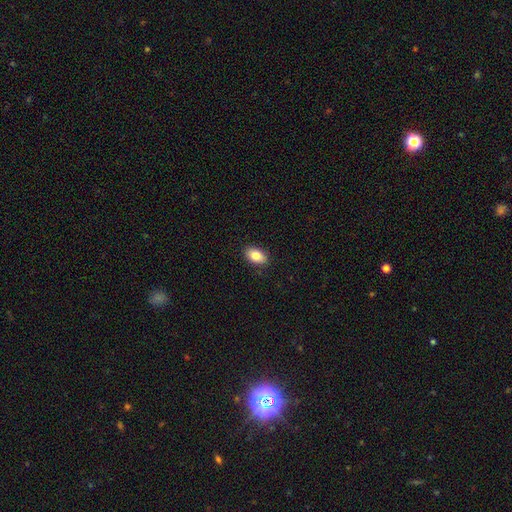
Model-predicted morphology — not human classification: Smooth or featured? smooth (84%)
How rounded? in between (90%)
Merging? none (89%)